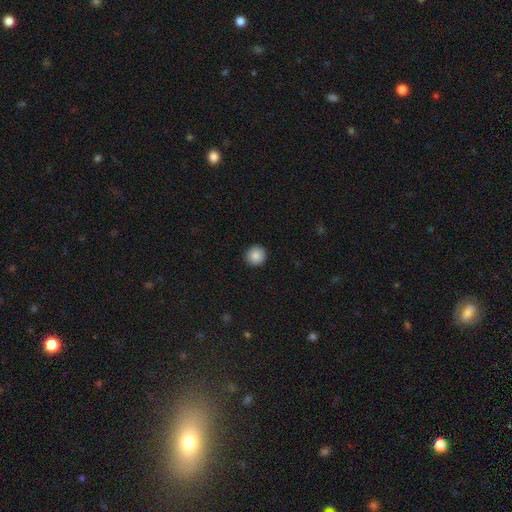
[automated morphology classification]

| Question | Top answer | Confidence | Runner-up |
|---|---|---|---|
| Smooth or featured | smooth | 87% | star or artifact (9%) |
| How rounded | round | 94% | in between (5%) |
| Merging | none | 92% | minor disturbance (6%) |